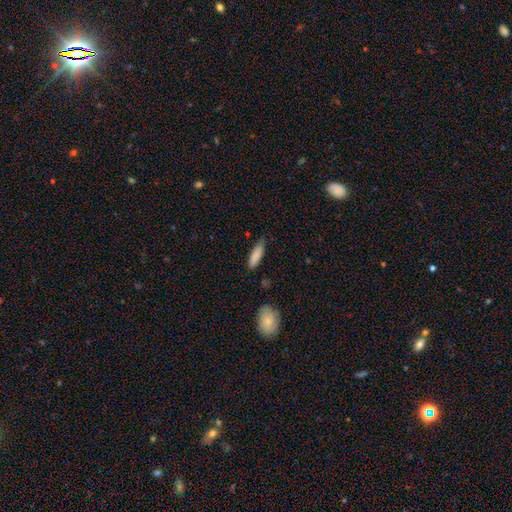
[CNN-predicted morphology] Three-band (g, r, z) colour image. It shows a smooth galaxy with no disk features (86%) that is cigar-shaped (51%). Merging: none (70%).